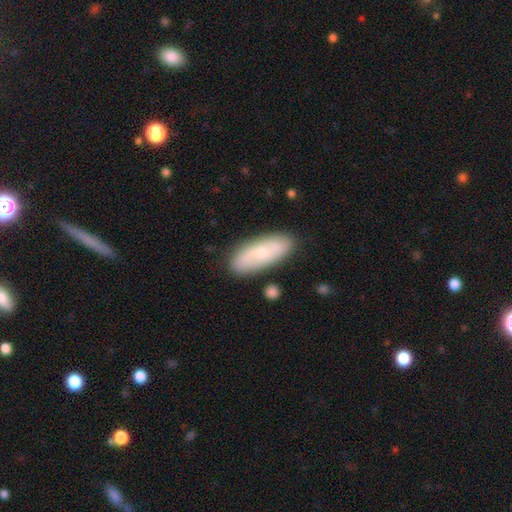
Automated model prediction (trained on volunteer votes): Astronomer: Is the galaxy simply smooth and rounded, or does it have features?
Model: smooth — 58% (runner-up: featured or disk, 34%).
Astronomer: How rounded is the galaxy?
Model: in between — 70%.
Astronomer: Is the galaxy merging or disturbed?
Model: none — 83%.